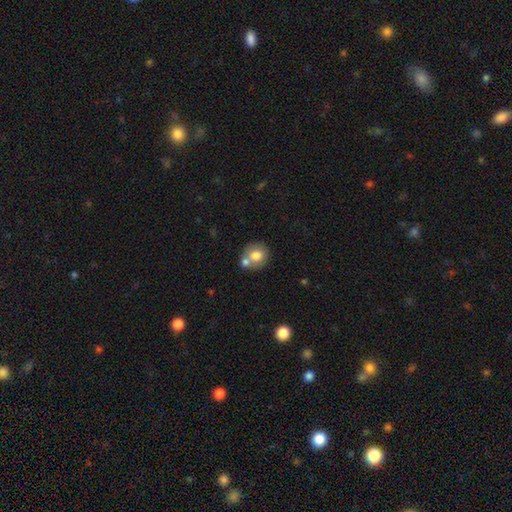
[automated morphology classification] Smooth or featured? Predicted: smooth (p=0.72). How rounded? Predicted: round (p=0.77). Merging? Predicted: none (p=0.50).